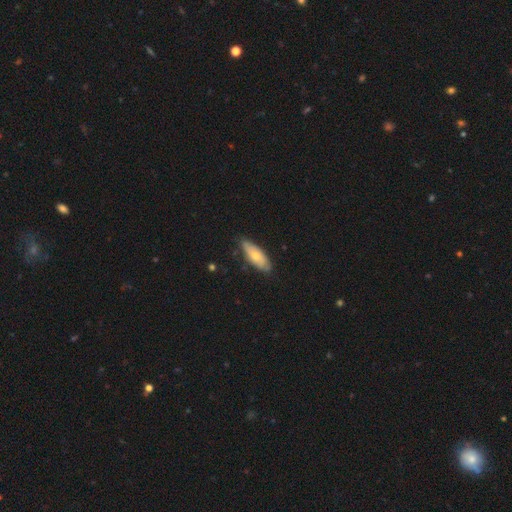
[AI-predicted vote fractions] Overall: smooth (61%; featured or disk 34%). How rounded: in between (70%). Merging: none (74%).